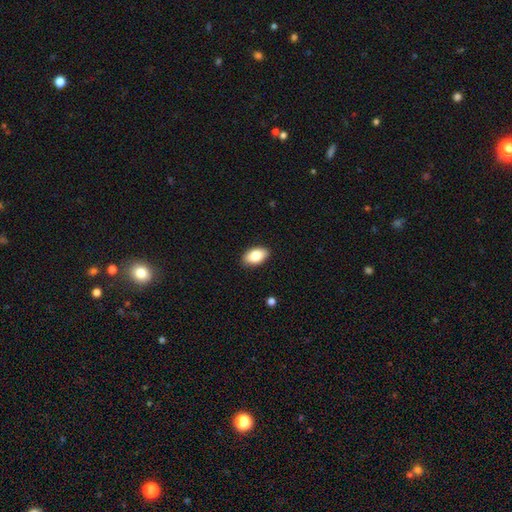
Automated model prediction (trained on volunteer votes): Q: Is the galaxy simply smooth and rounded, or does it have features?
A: smooth — 83%.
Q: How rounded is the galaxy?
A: in between — 93%.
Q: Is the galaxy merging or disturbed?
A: none — 89%.